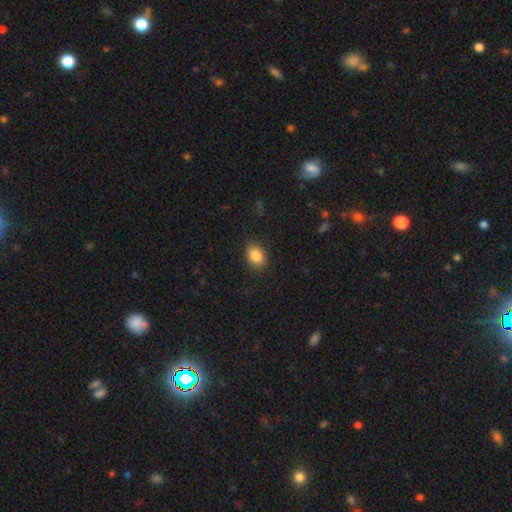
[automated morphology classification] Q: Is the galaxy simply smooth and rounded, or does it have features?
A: smooth — 86%.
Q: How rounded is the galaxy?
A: in between — 73%.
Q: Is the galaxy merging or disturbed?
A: none — 87%.